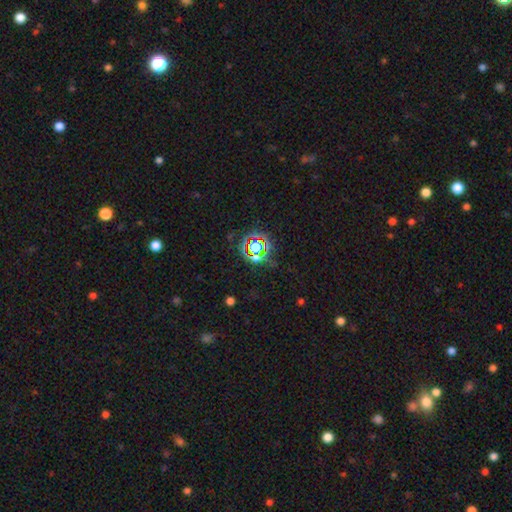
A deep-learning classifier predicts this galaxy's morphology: smooth_or_featured: star or artifact (p=0.69) [alt: smooth p=0.19]